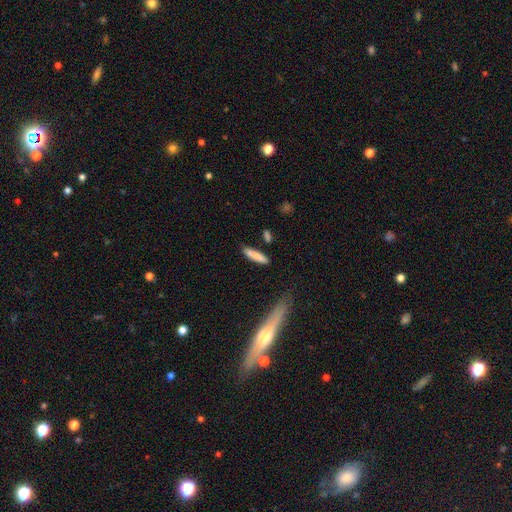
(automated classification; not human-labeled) Smooth or featured? Predicted: smooth (p=0.82). How rounded? Predicted: cigar-shaped (p=0.80). Merging? Predicted: none (p=0.78).